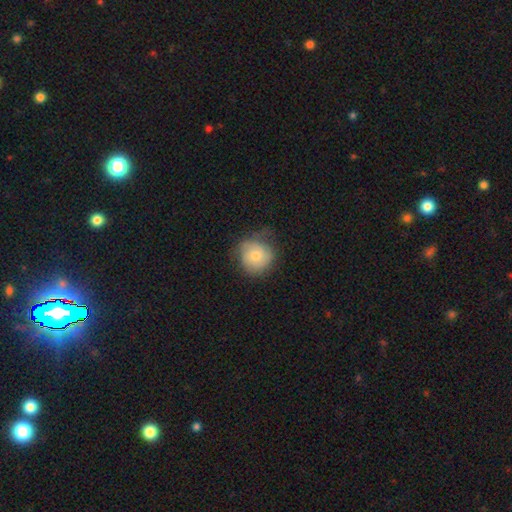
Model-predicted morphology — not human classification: Overall: smooth (65%; featured or disk 27%). How rounded: round (88%). Merging: none (59%; minor disturbance 29%).